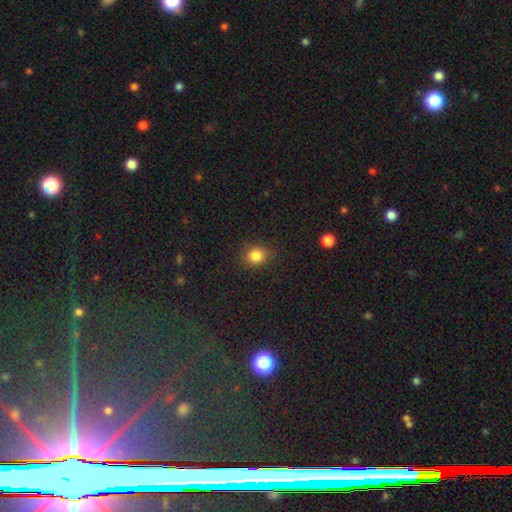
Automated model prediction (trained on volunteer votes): Smooth or featured? Predicted: smooth (p=0.84). How rounded? Predicted: round (p=0.76). Merging? Predicted: none (p=0.86).